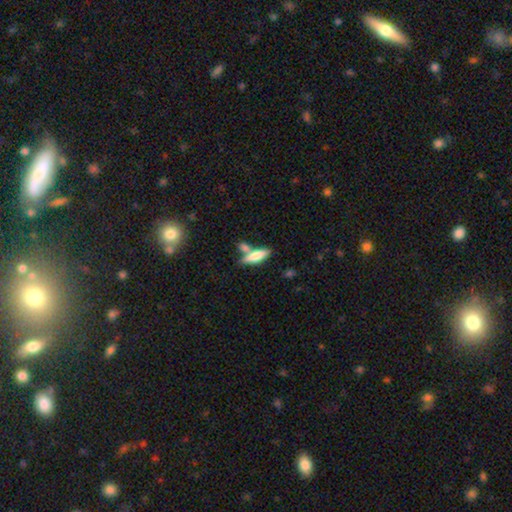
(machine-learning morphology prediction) Smooth or featured?
  - smooth: 70% *
  - featured or disk: 23%
  - star or artifact: 7%
How rounded?
  - cigar-shaped: 56% *
  - in between: 42%
  - round: 3%
Merging?
  - none: 51% *
  - merger: 32%
  - minor disturbance: 13%
  - major disturbance: 4%